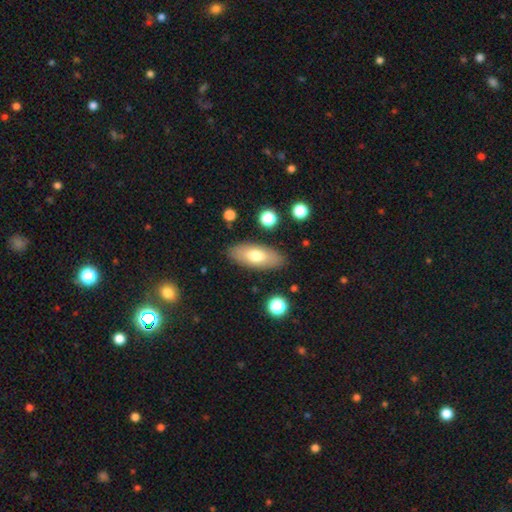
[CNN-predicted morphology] smooth-or-featured: smooth: 66% | featured or disk: 27% | star or artifact: 7%
  how-rounded: in between: 83% | cigar-shaped: 14% | round: 3%
  merging: none: 85% | minor disturbance: 10% | major disturbance: 3% | merger: 2%